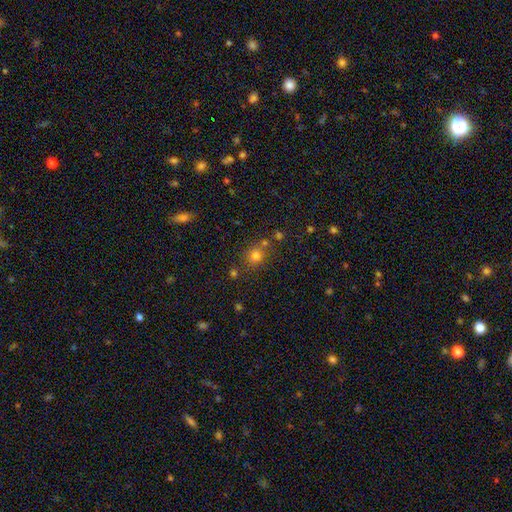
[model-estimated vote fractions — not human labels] The model was most divided on "smooth or featured": smooth: 73%, star or artifact: 19%, featured or disk: 8%. More confident: how rounded — round (80%); merging — none (71%).